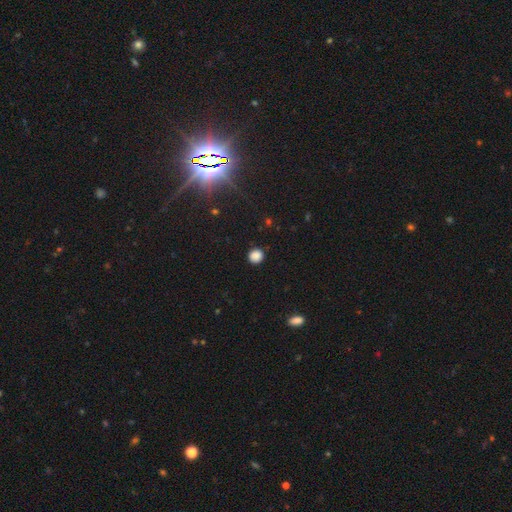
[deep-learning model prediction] smooth-or-featured: smooth: 86% | star or artifact: 11% | featured or disk: 3%
  how-rounded: round: 89% | in between: 10% | cigar-shaped: 1%
  merging: none: 90% | minor disturbance: 7% | major disturbance: 2% | merger: 1%